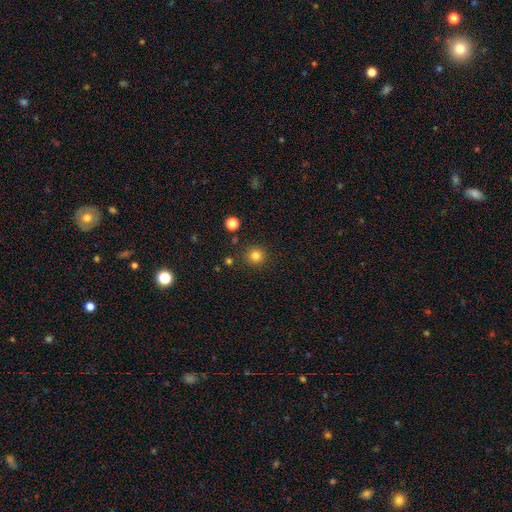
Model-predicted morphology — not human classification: Q: Smooth or featured?
A: smooth (82%); runner-up: star or artifact (13%)
Q: How rounded?
A: round (94%); runner-up: in between (5%)
Q: Merging?
A: none (89%); runner-up: minor disturbance (6%)